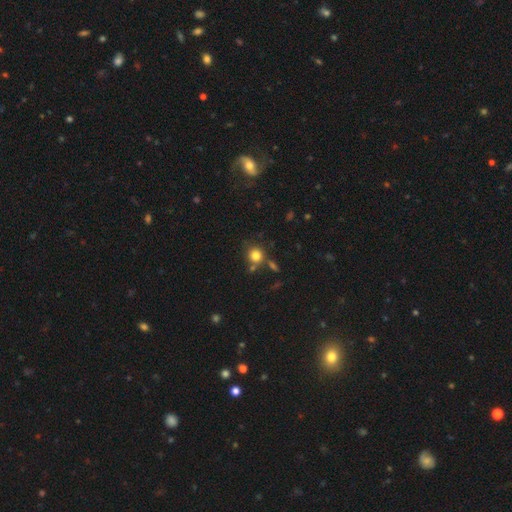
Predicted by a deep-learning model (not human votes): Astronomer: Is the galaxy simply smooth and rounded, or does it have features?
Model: smooth — 80%.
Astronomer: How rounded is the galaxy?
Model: round — 88%.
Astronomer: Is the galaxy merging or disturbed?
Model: none — 70%.